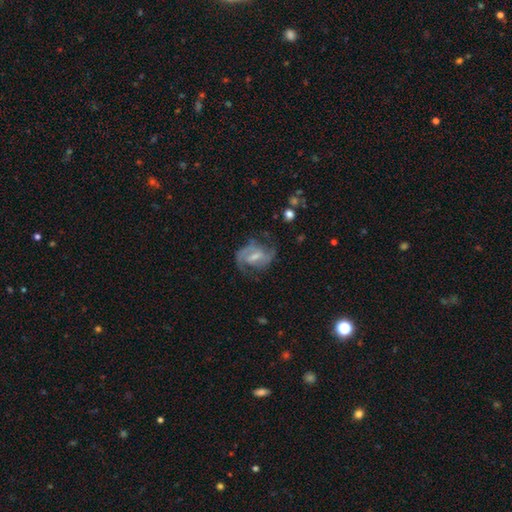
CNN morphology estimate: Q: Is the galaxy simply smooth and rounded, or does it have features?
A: featured or disk — 78%.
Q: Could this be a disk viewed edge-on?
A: no — 96%.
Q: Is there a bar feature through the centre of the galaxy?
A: weak — 50%.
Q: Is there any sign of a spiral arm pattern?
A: yes — 91%.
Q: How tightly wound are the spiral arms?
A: medium — 50%.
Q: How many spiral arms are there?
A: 2 — 71%.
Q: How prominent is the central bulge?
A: small — 44%.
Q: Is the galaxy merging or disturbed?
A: none — 64%.